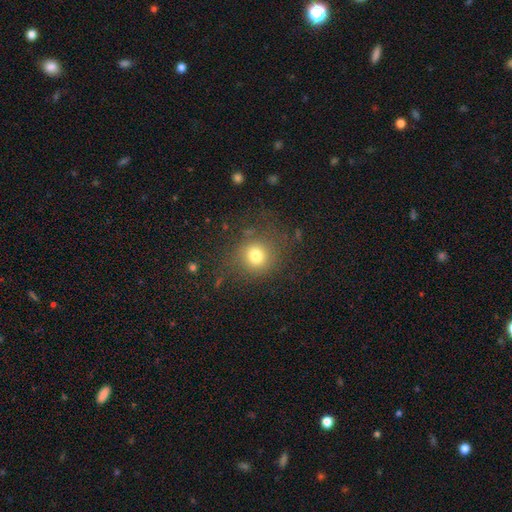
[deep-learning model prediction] Smooth or featured?
  - smooth: 75% *
  - star or artifact: 15%
  - featured or disk: 10%
How rounded?
  - round: 85% *
  - in between: 14%
  - cigar-shaped: 1%
Merging?
  - none: 76% *
  - minor disturbance: 13%
  - major disturbance: 9%
  - merger: 2%